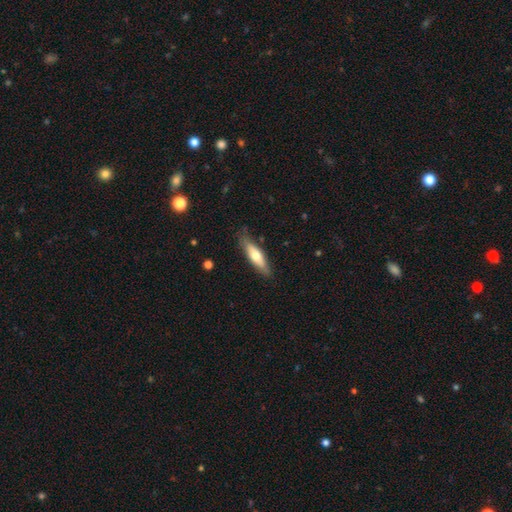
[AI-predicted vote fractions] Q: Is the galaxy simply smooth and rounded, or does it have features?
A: smooth — 60%.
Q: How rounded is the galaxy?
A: cigar-shaped — 62%.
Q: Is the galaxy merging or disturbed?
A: none — 81%.